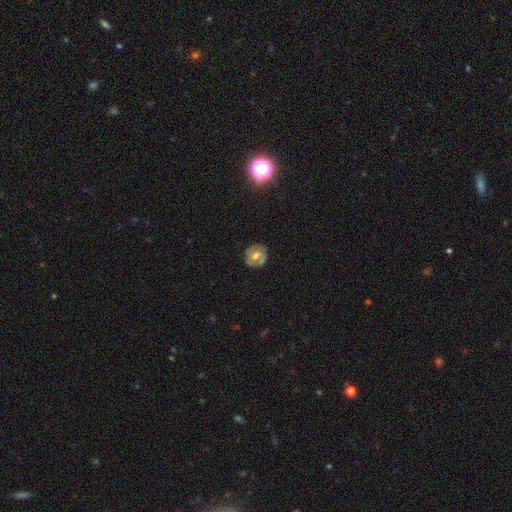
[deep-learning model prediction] smooth-or-featured: featured or disk: 54% | smooth: 38% | star or artifact: 8%
  disk-edge-on: no: 97% | yes: 3%
    bar: no: 54% | weak: 36% | strong: 10%
    has-spiral-arms: yes: 68% | no: 32%
    bulge-size: moderate: 68% | small: 20% | large: 8% | none: 3% | dominant: 1%
  merging: none: 80% | minor disturbance: 15% | major disturbance: 4% | merger: 2%